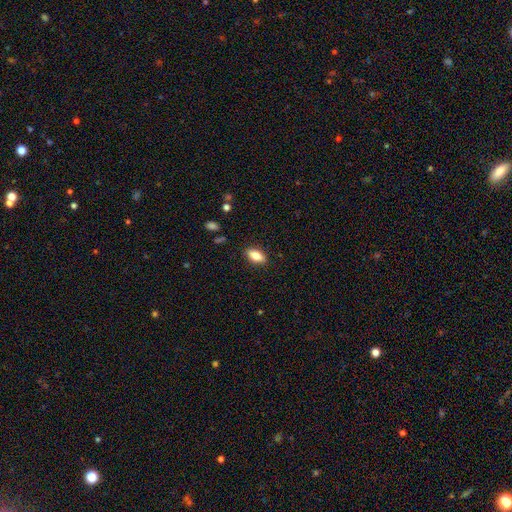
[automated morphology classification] The model was most divided on "smooth or featured": smooth: 78%, featured or disk: 14%, star or artifact: 8%. More confident: merging — none (88%); how rounded — in between (86%).